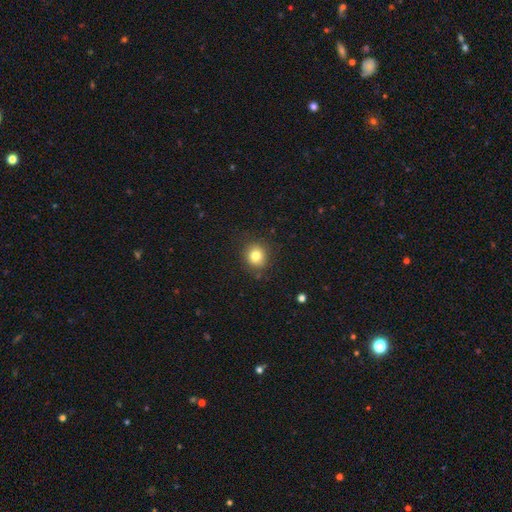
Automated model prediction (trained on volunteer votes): Smooth or featured? Predicted: smooth (p=0.80). How rounded? Predicted: round (p=0.82). Merging? Predicted: none (p=0.86).